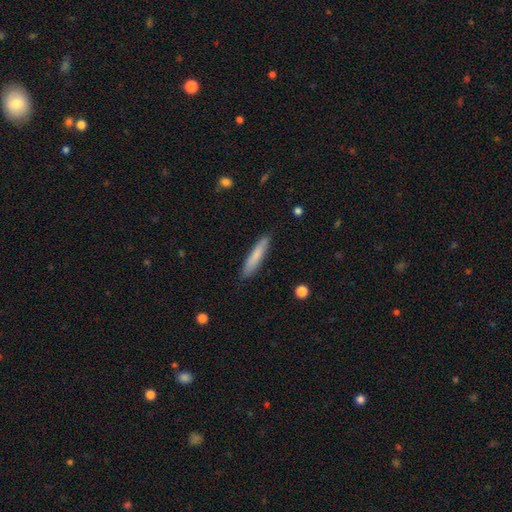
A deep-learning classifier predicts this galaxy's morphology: Smooth or featured: smooth — 78% (featured or disk — 16%)
How rounded: cigar-shaped — 89% (in between — 10%)
Merging: none — 87% (minor disturbance — 10%)